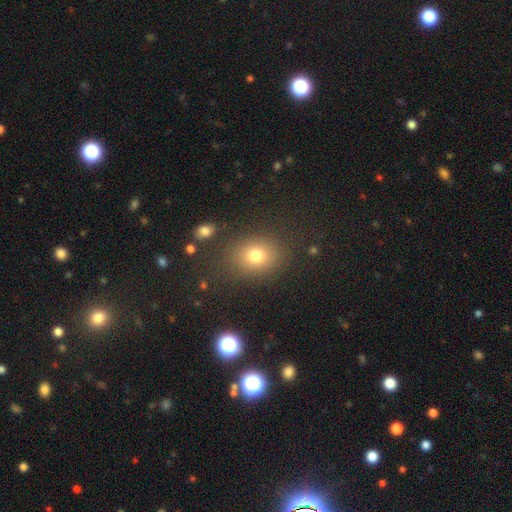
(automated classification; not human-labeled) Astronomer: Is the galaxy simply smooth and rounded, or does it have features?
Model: smooth — 77%.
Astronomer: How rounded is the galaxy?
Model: round — 53% (runner-up: in between, 46%).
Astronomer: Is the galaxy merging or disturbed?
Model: none — 82%.